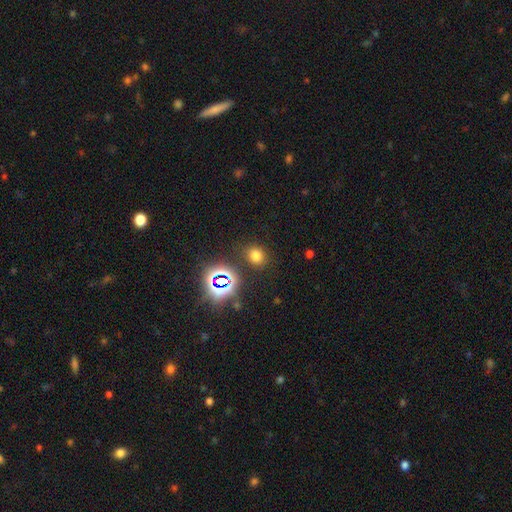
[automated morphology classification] A smooth galaxy with no disk features (68%) that is round (62%). Merging: none (83%).